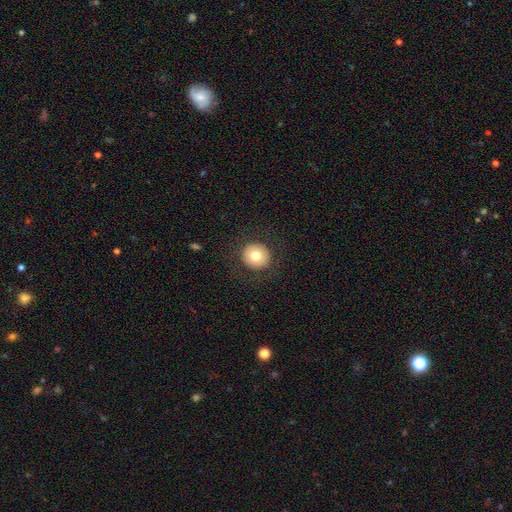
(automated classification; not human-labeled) The model was most divided on "smooth or featured": smooth: 76%, featured or disk: 15%, star or artifact: 9%. More confident: how rounded — round (93%); merging — none (89%).